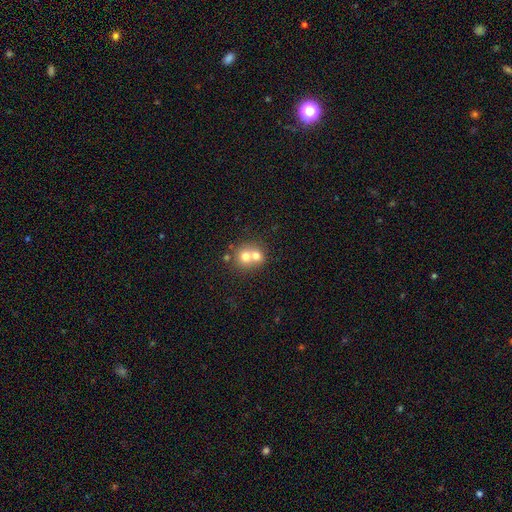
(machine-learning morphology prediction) smooth 67%, featured or disk 22%, star or artifact 11%. Down the decision tree: how rounded — round (79%); merging — merger (64%).